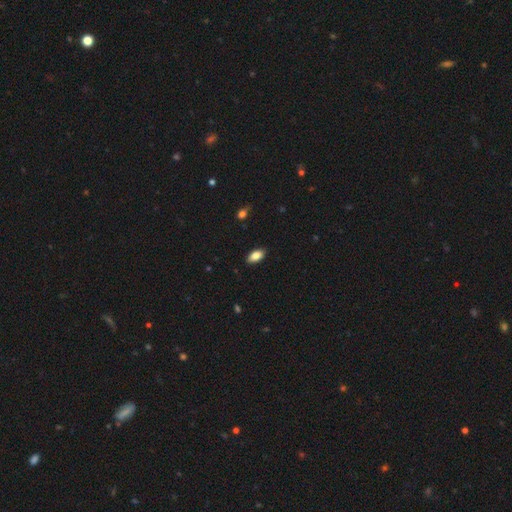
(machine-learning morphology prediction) type=smooth (84%); roundness=in between (91%); merging=none (88%).